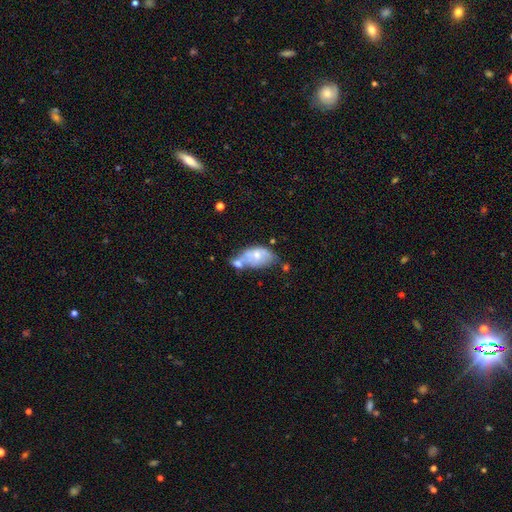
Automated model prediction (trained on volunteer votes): This appears to be a smooth galaxy with no disk features (51%) that is in between round and cigar-shaped (91%). Merging: merger (40%).